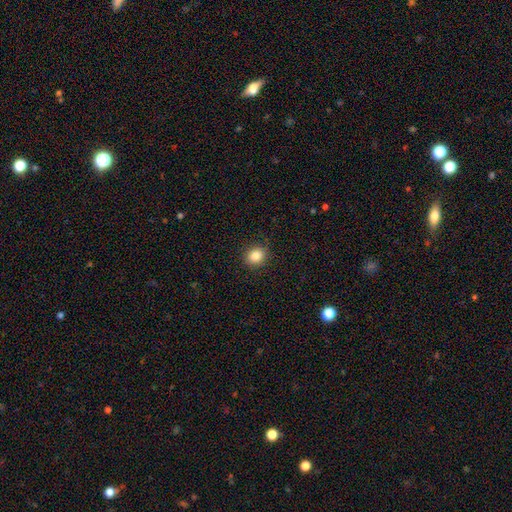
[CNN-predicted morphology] Smooth or featured?
  - smooth: 85% *
  - star or artifact: 10%
  - featured or disk: 5%
How rounded?
  - round: 74% *
  - in between: 25%
  - cigar-shaped: 1%
Merging?
  - none: 89% *
  - minor disturbance: 8%
  - major disturbance: 2%
  - merger: 1%